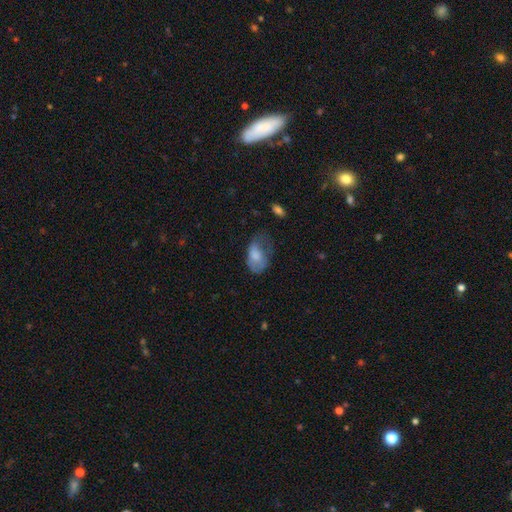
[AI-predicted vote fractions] A smooth galaxy with no disk features (70%) that is in between round and cigar-shaped (88%).

Vote fractions:
- Smooth or featured? smooth: 70% / featured or disk: 22% / star or artifact: 8%
- How rounded? in between: 88% / round: 10% / cigar-shaped: 2%
- Merging? major disturbance: 38% / minor disturbance: 32% / none: 27% / merger: 2%